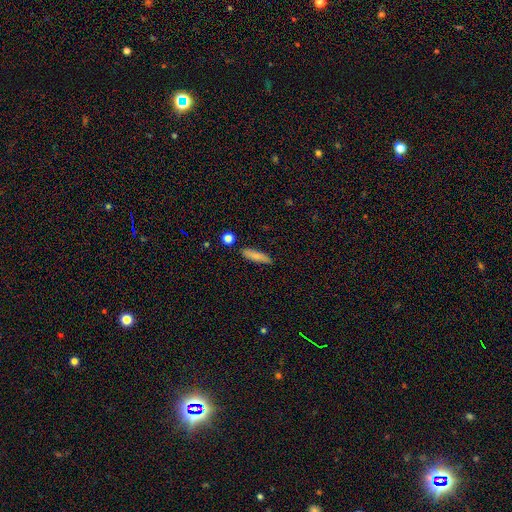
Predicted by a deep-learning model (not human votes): A smooth galaxy with no disk features (79%) that is cigar-shaped (68%). Merging: none (85%).